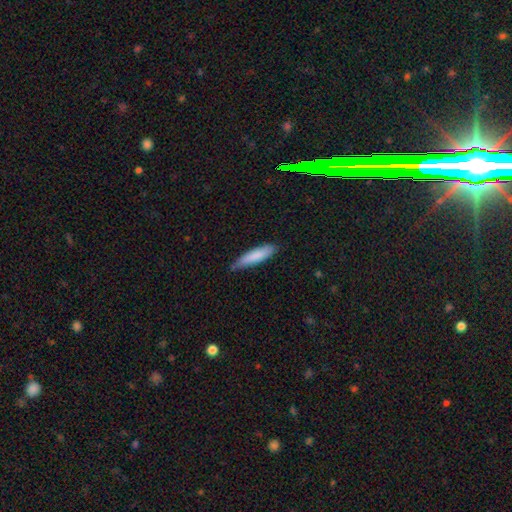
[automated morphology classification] smooth 82%, featured or disk 12%, star or artifact 6%. Down the decision tree: how rounded — cigar-shaped (78%); merging — none (71%).